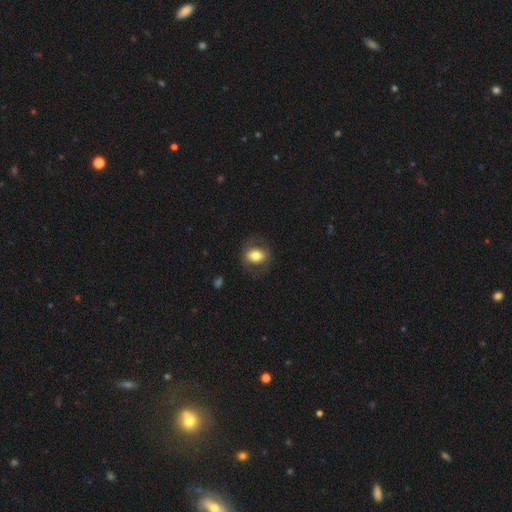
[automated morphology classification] Overall: smooth (70%). How rounded: in between (69%; round 29%). Merging: none (75%).